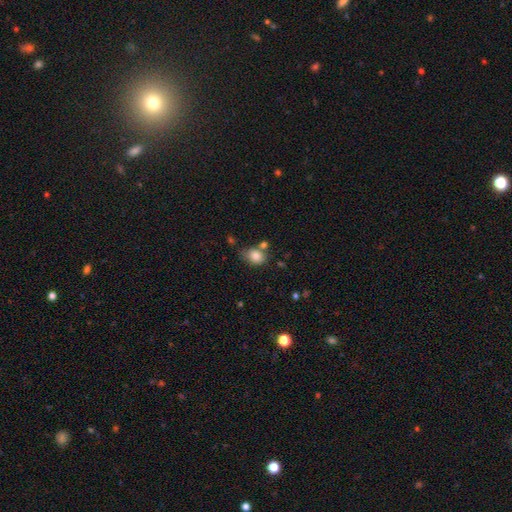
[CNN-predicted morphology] A smooth galaxy with no disk features (82%) that is in between round and cigar-shaped (64%).

Vote fractions:
- Smooth or featured? smooth: 82% / star or artifact: 9% / featured or disk: 9%
- How rounded? in between: 64% / round: 35% / cigar-shaped: 1%
- Merging? none: 53% / minor disturbance: 24% / merger: 17% / major disturbance: 7%